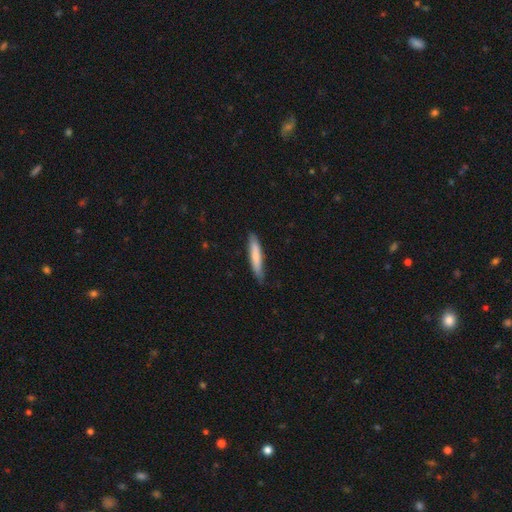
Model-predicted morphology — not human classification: A smooth galaxy with no disk features (77%) that is cigar-shaped (90%).

Vote fractions:
- Smooth or featured? smooth: 77% / featured or disk: 18% / star or artifact: 5%
- How rounded? cigar-shaped: 90% / in between: 9% / round: 1%
- Merging? none: 81% / minor disturbance: 15% / major disturbance: 2% / merger: 1%